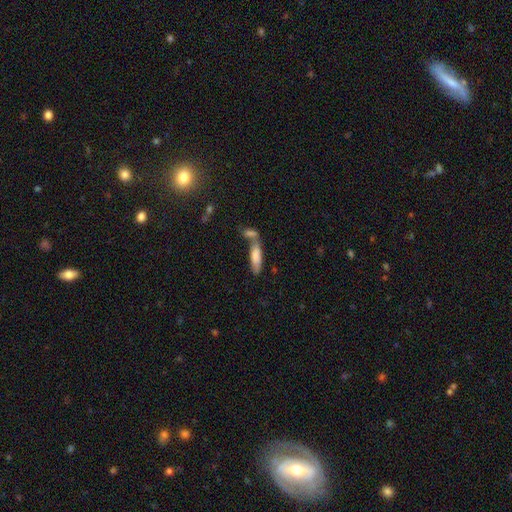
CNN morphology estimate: type=smooth (78%); roundness=in between (51%); merging=merger (46%).